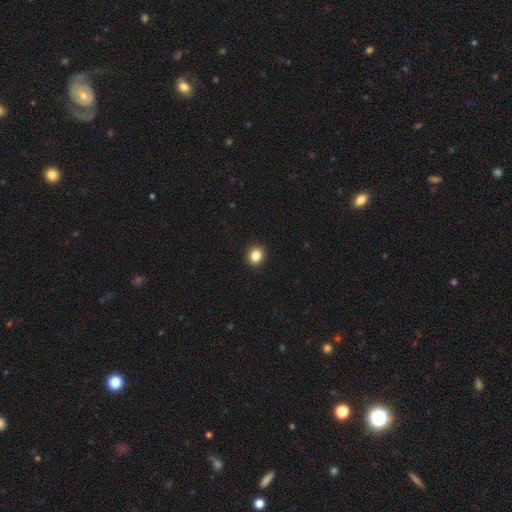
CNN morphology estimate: type=smooth (85%); roundness=round (77%); merging=none (93%).